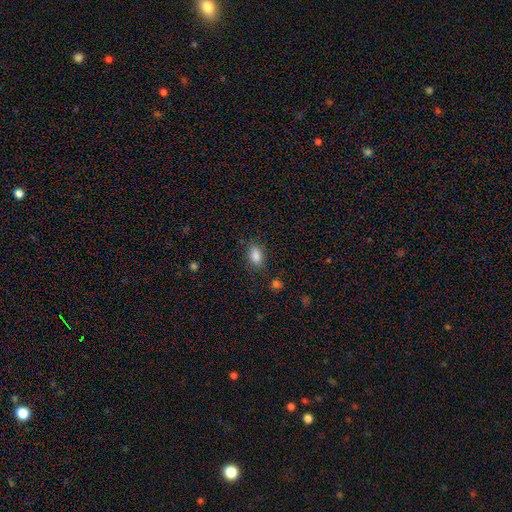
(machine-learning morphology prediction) This appears to be a smooth galaxy with no disk features (86%) that is in between round and cigar-shaped (88%). Merging: none (82%).